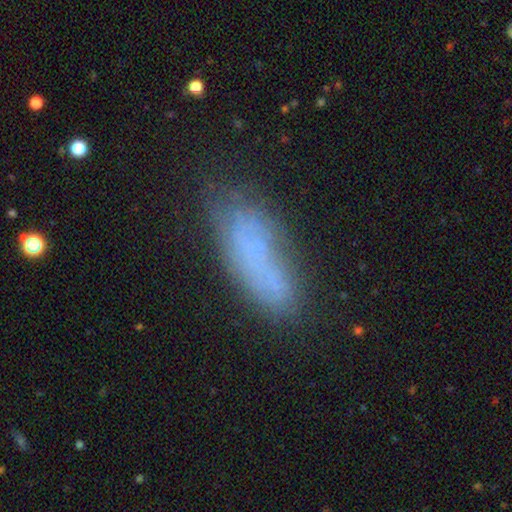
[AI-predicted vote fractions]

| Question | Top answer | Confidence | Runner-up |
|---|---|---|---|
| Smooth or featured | smooth | 64% | featured or disk (24%) |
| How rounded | in between | 54% | cigar-shaped (43%) |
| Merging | none | 60% | minor disturbance (24%) |